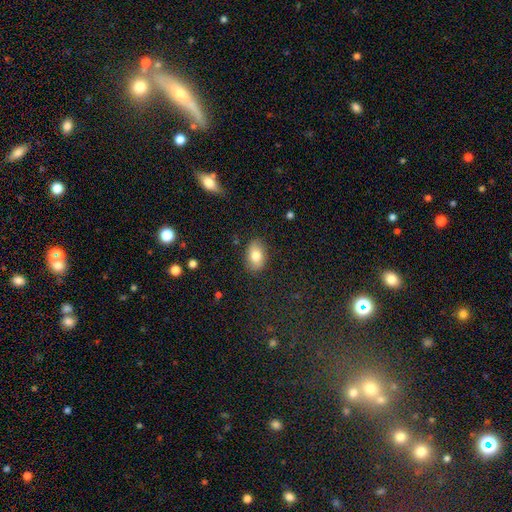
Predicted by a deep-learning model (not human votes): This is likely a smooth galaxy (80%). How rounded: clearly in between (89%). Merging: clearly none (85%).